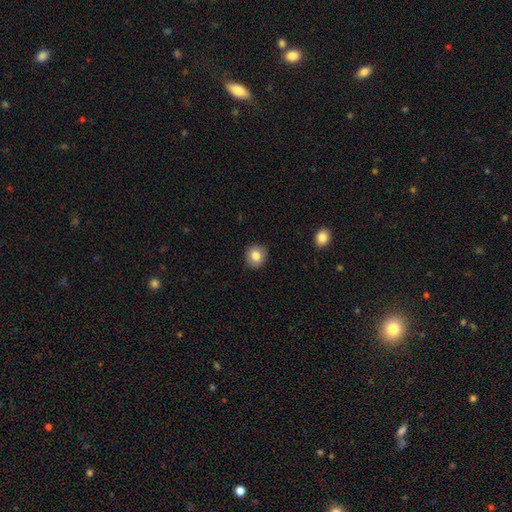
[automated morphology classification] type=smooth (83%); roundness=round (84%); merging=none (91%).